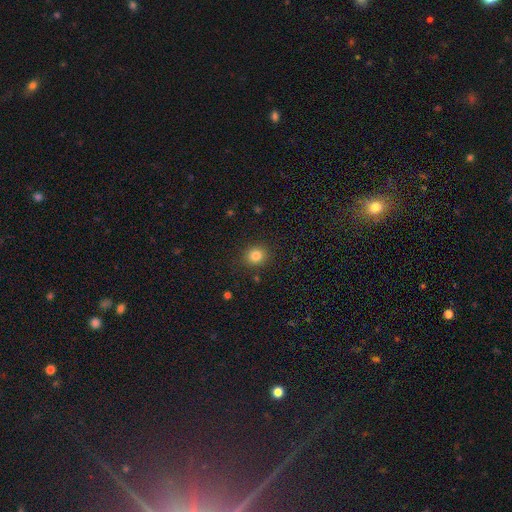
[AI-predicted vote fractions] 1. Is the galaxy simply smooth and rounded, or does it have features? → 82% smooth, 12% star or artifact, 6% featured or disk.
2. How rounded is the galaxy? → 81% round, 18% in between, 1% cigar-shaped.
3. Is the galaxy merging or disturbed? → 89% none, 8% minor disturbance, 2% major disturbance, 1% merger.